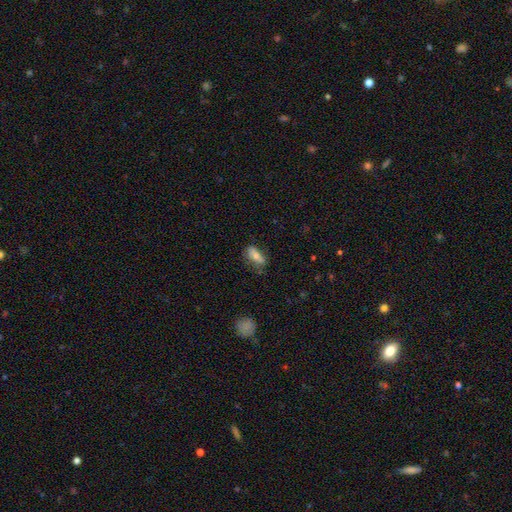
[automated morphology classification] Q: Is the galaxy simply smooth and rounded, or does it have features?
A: smooth — 67%.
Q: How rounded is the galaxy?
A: in between — 80%.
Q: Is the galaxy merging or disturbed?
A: none — 65%.